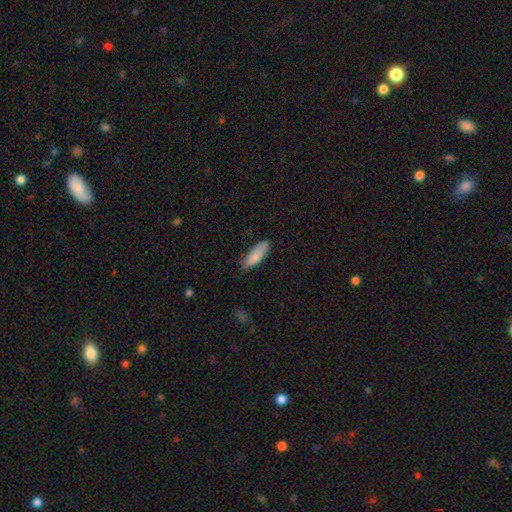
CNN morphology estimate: Smooth or featured? Predicted: smooth (p=0.86). How rounded? Predicted: in between (p=0.58). Merging? Predicted: none (p=0.71).